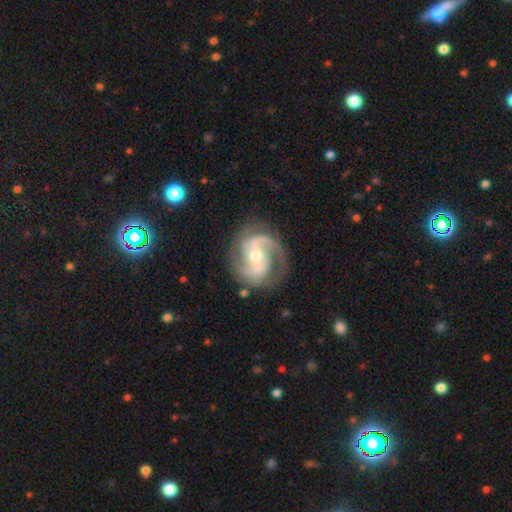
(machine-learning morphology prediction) The model was most divided on "bar": weak: 40%, no: 37%, strong: 23%. More confident: spiral arms — yes (98%); edge-on disk — no (98%); smooth or featured — featured or disk (91%); merging — none (78%); spiral arm count — 2 (78%); bulge size — moderate (58%); spiral winding — medium (54%).